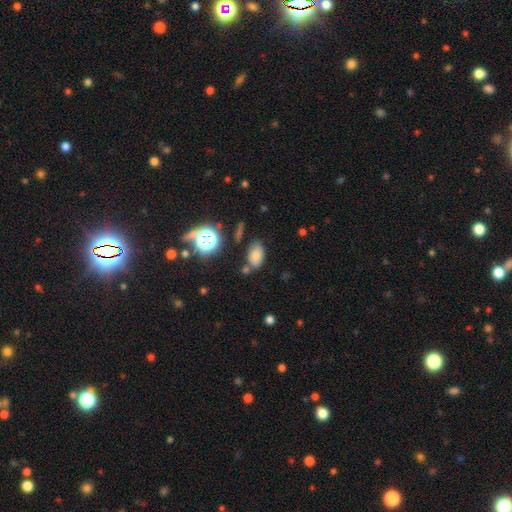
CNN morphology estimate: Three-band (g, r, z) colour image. It shows a smooth galaxy with no disk features (73%) that is in between round and cigar-shaped (89%). Merging: none (72%).